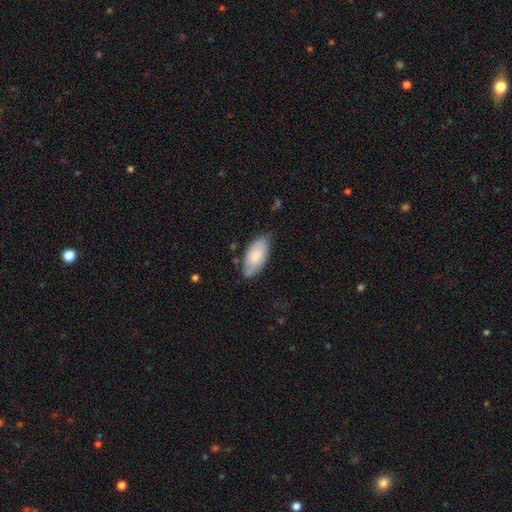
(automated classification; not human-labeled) A smooth galaxy with no disk features (69%) that is in between round and cigar-shaped (93%). Merging: none (65%).